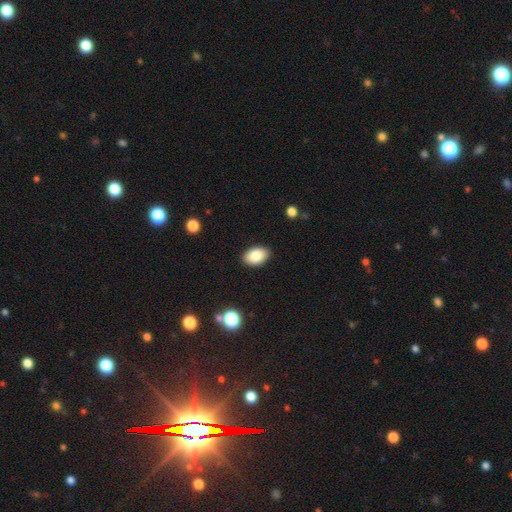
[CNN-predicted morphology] Smooth or featured: smooth — 85% (featured or disk — 8%)
How rounded: in between — 91% (round — 8%)
Merging: none — 88% (minor disturbance — 9%)